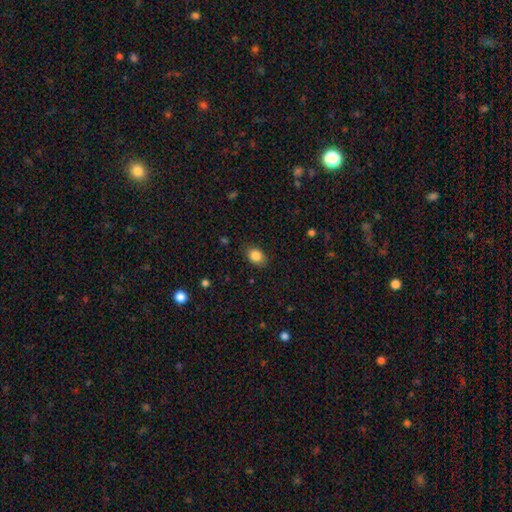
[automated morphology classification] This is clearly a smooth galaxy (85%). How rounded: likely in between (72%). Merging: clearly none (84%).